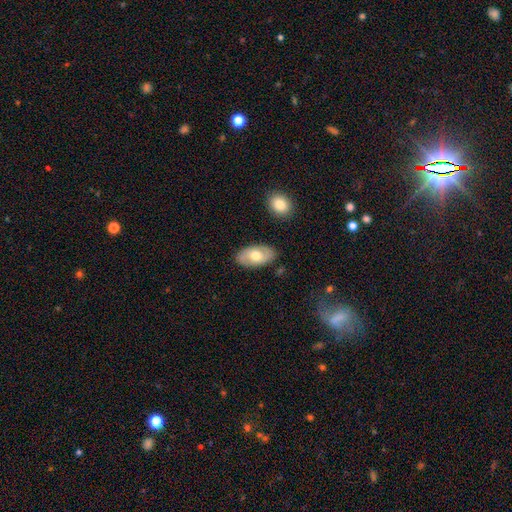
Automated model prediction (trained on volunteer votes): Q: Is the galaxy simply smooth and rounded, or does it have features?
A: smooth — 59%.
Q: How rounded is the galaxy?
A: in between — 93%.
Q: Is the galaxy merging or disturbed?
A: none — 84%.